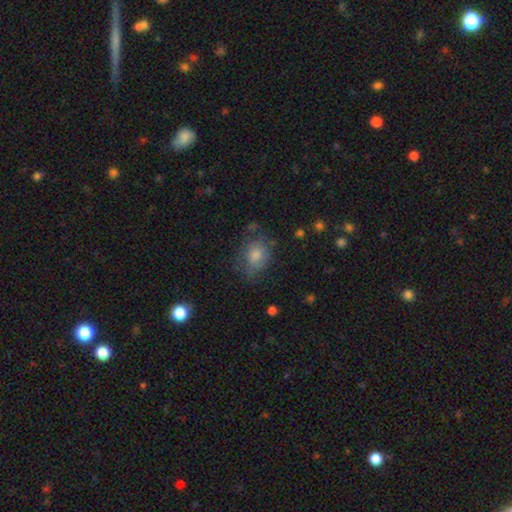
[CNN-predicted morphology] This is likely a smooth galaxy (74%). How rounded: possibly in between (59%). Merging: likely none (64%).